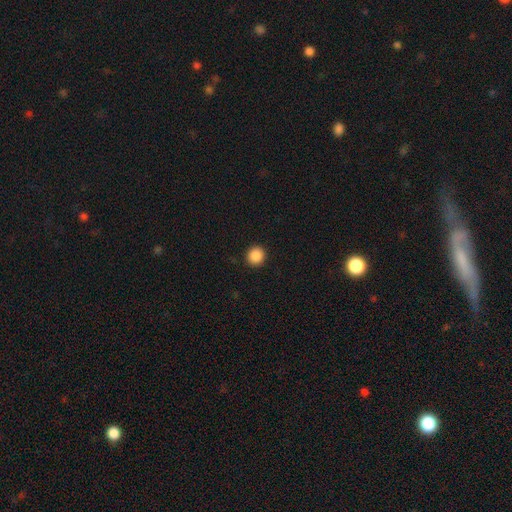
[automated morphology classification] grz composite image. It shows a smooth galaxy with no disk features (88%) that is round (92%). Merging: none (93%).